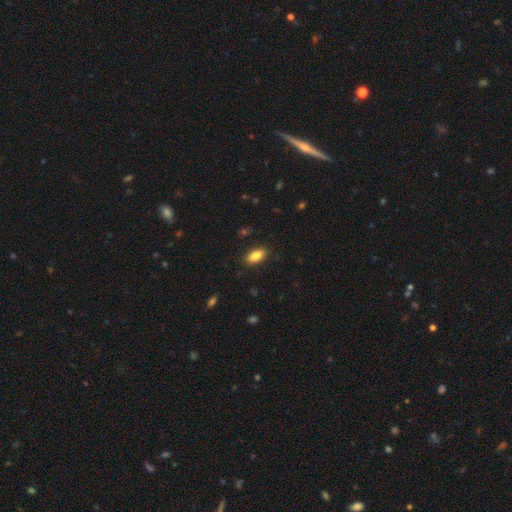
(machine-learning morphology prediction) Smooth or featured: smooth — 87% (star or artifact — 8%)
How rounded: in between — 88% (cigar-shaped — 9%)
Merging: none — 88% (minor disturbance — 9%)